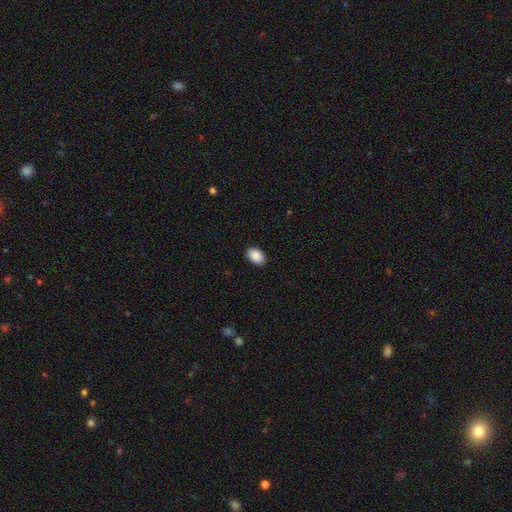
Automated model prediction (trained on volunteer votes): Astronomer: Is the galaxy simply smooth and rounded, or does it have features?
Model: smooth — 89%.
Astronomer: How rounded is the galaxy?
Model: in between — 90%.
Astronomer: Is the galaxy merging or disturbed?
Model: none — 90%.